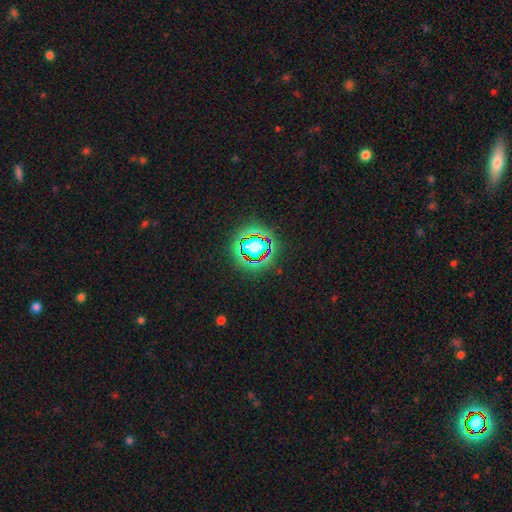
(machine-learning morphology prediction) Overall: star or artifact (75%).